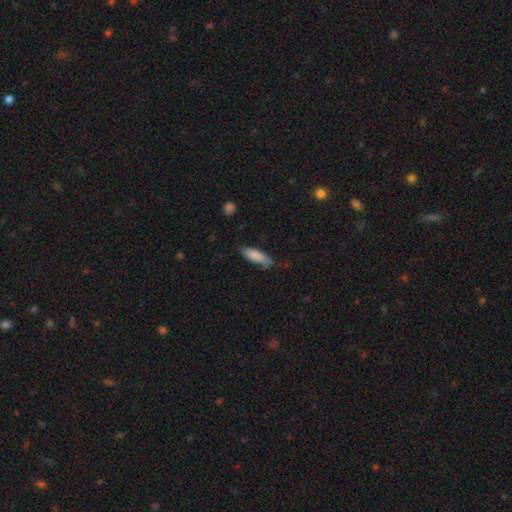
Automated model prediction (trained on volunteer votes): A smooth galaxy with no disk features (83%) that is cigar-shaped (51%).

Vote fractions:
- Smooth or featured? smooth: 83% / featured or disk: 11% / star or artifact: 6%
- How rounded? cigar-shaped: 51% / in between: 47% / round: 2%
- Merging? none: 70% / minor disturbance: 23% / major disturbance: 4% / merger: 2%